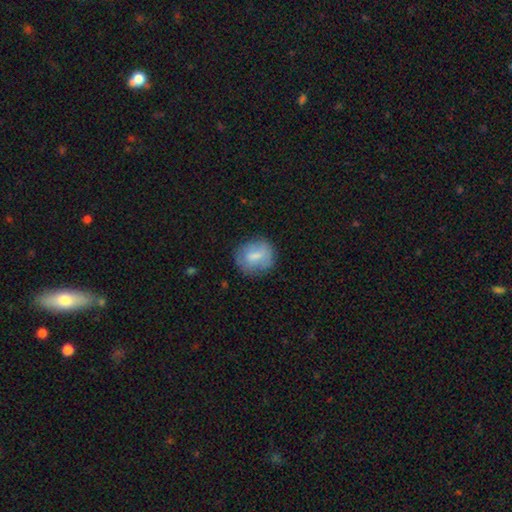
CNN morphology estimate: A smooth galaxy with no disk features (69%) that is round (69%).

Vote fractions:
- Smooth or featured? smooth: 69% / featured or disk: 24% / star or artifact: 8%
- How rounded? round: 69% / in between: 30% / cigar-shaped: 1%
- Merging? none: 73% / minor disturbance: 19% / major disturbance: 7% / merger: 2%